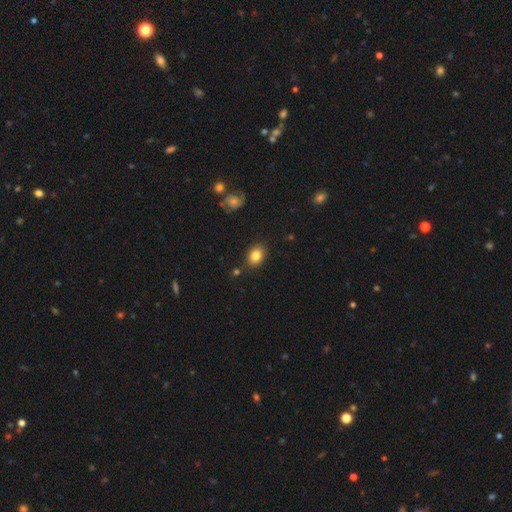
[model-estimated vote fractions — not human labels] smooth-or-featured: smooth: 84% | star or artifact: 9% | featured or disk: 7%
  how-rounded: in between: 65% | round: 34% | cigar-shaped: 1%
  merging: none: 85% | minor disturbance: 10% | merger: 3% | major disturbance: 2%